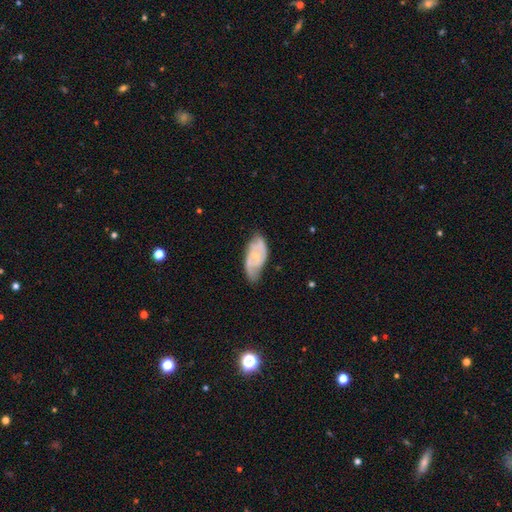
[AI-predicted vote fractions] This is likely a featured or disk galaxy (74%). It is clearly not viewed edge-on (95%). Bar: possibly no (55%). Spiral arm pattern: clearly yes (92%). Spiral arm count: possibly 2 (57%). Spiral winding: possibly medium (45%). Central bulge: likely small (63%). Merging: likely none (67%).